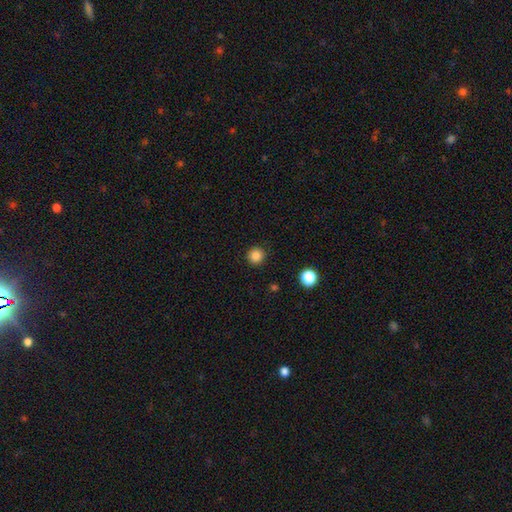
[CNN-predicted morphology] smooth_or_featured: smooth (p=0.85) [alt: star or artifact p=0.11]
how_rounded: round (p=0.95) [alt: in between p=0.04]
merging: none (p=0.92) [alt: minor disturbance p=0.05]